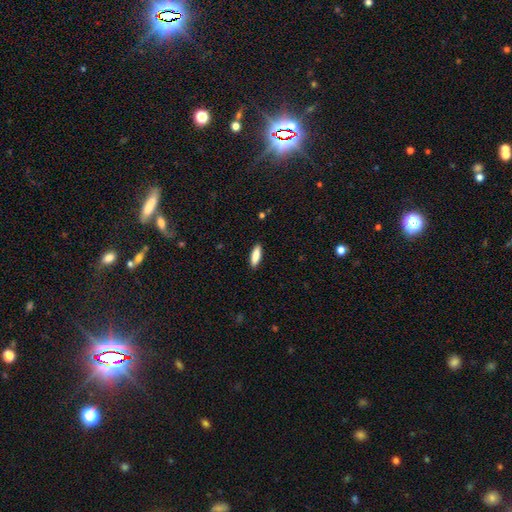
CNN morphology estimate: smooth 84%, featured or disk 10%, star or artifact 6%. Down the decision tree: how rounded — cigar-shaped (52%); merging — none (90%).